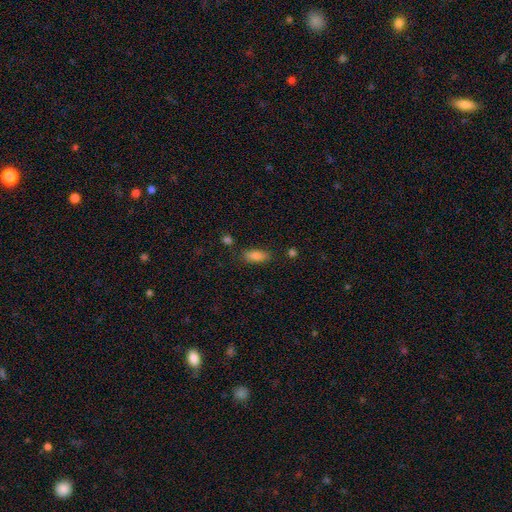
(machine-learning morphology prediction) Smooth or featured: smooth — 84% (star or artifact — 8%)
How rounded: in between — 77% (cigar-shaped — 20%)
Merging: none — 78% (minor disturbance — 14%)